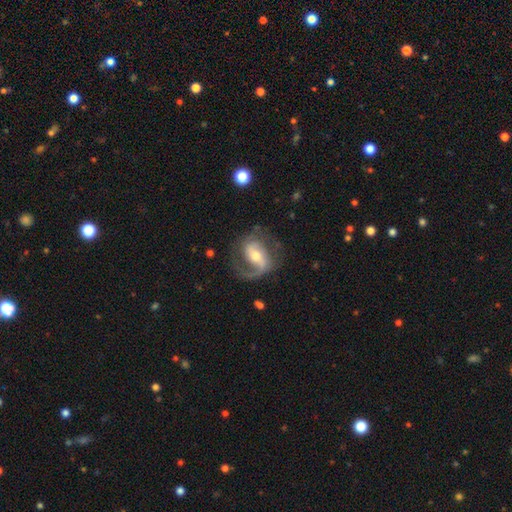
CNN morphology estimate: This is clearly a featured or disk galaxy (84%). It is clearly not viewed edge-on (97%). Bar: marginally weak (43%). Spiral arm pattern: clearly yes (94%). Spiral arm count: possibly 2 (59%). Spiral winding: possibly medium (48%). Central bulge: possibly moderate (59%). Merging: likely none (62%).